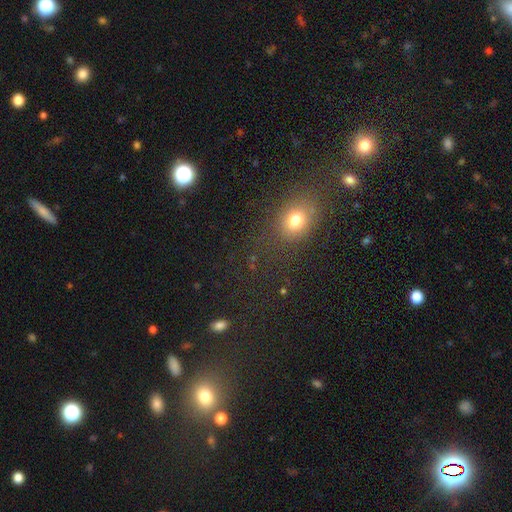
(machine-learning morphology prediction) smooth 55%, star or artifact 35%, featured or disk 9%. Down the decision tree: how rounded — round (54%); merging — none (74%).